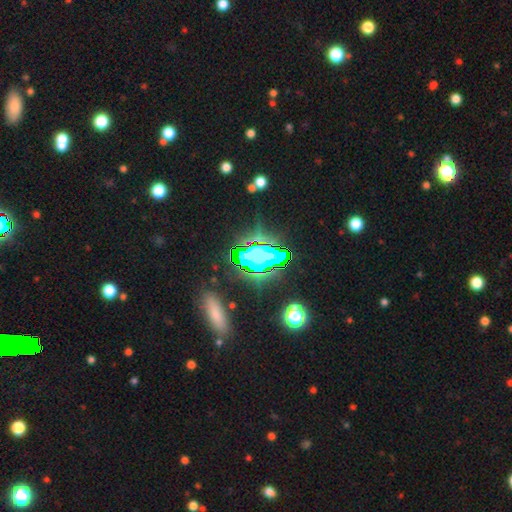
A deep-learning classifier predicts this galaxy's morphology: Smooth or featured?
  - star or artifact: 61% *
  - smooth: 23%
  - featured or disk: 16%